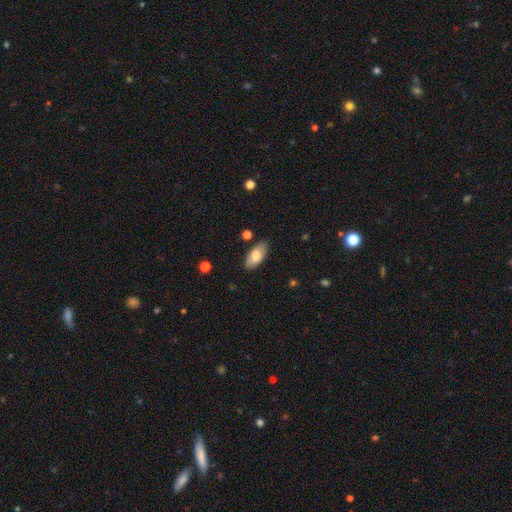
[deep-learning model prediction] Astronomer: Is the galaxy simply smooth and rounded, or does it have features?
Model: smooth — 75%.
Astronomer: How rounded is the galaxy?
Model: in between — 91%.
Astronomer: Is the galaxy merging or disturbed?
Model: none — 84%.